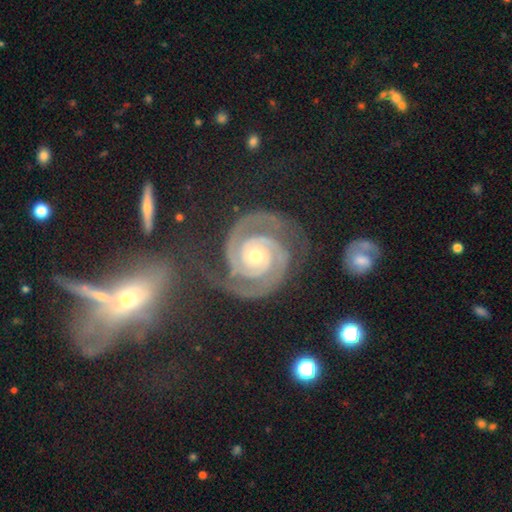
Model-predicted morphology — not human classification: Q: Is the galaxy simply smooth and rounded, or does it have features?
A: featured or disk — 91%.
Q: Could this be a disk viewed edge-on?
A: no — 98%.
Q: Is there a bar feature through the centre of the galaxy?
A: no — 78%.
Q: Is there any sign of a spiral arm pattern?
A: yes — 99%.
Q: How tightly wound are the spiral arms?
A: tight — 78%.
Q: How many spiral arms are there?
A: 2 — 91%.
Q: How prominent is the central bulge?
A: small — 50%.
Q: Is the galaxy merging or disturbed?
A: none — 74%.